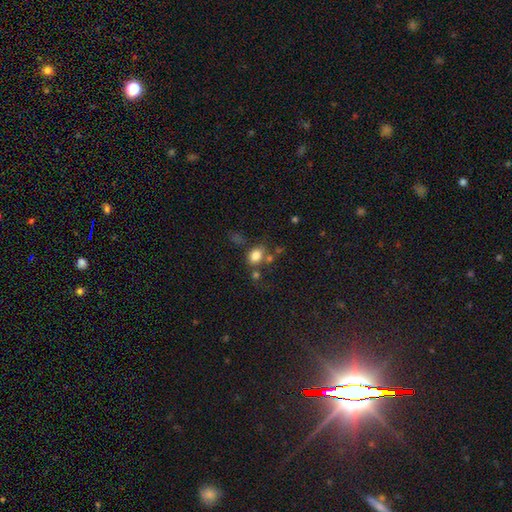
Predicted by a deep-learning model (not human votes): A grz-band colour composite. It shows a smooth galaxy with no disk features (79%) that is in between round and cigar-shaped (56%). Merging: none (57%).